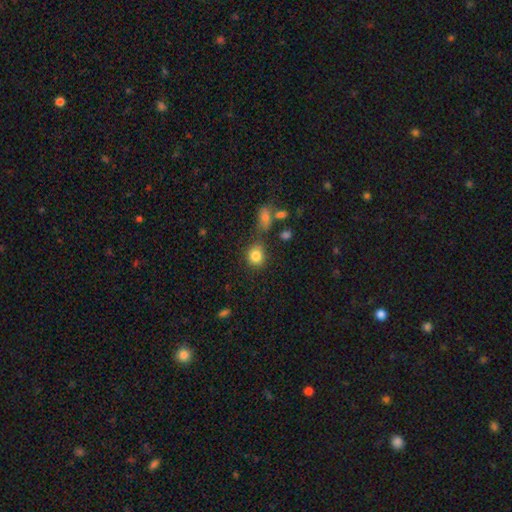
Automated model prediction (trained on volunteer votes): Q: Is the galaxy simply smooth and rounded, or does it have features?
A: smooth — 83%.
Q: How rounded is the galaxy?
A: round — 73%.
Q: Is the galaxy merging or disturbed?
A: none — 71%.